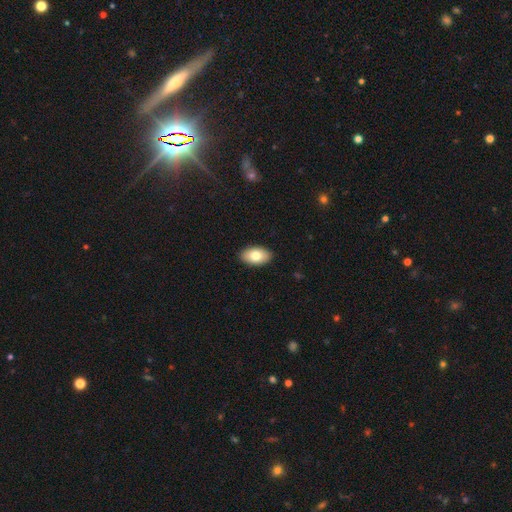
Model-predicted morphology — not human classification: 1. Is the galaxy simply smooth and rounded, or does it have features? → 79% smooth, 15% featured or disk, 7% star or artifact.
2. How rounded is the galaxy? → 93% in between, 6% round, 1% cigar-shaped.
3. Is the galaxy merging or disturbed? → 90% none, 7% minor disturbance, 2% major disturbance, 1% merger.